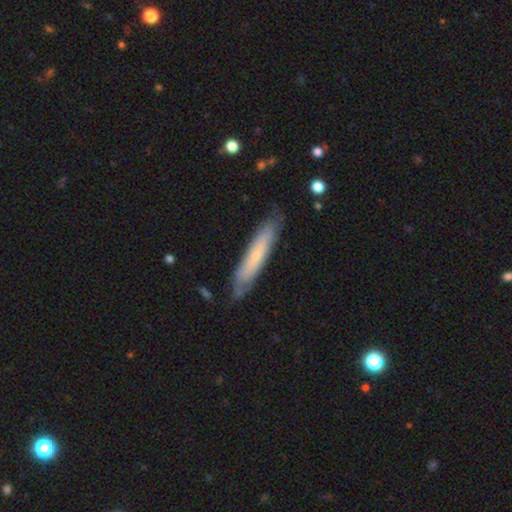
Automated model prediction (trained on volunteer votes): A smooth galaxy with no disk features (55%) that is cigar-shaped (88%). Merging: none (79%).